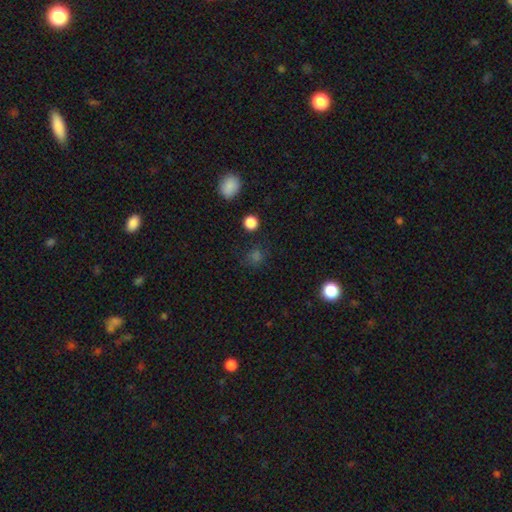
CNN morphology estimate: Smooth or featured: smooth — 68% (star or artifact — 27%)
How rounded: round — 84% (in between — 15%)
Merging: none — 81% (minor disturbance — 11%)